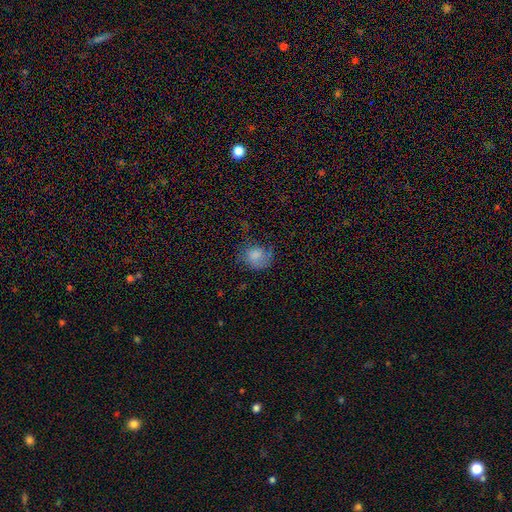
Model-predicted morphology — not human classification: Smooth or featured?
  - smooth: 69% *
  - featured or disk: 20%
  - star or artifact: 12%
How rounded?
  - round: 68% *
  - in between: 31%
  - cigar-shaped: 1%
Merging?
  - none: 51% *
  - minor disturbance: 27%
  - major disturbance: 20%
  - merger: 2%